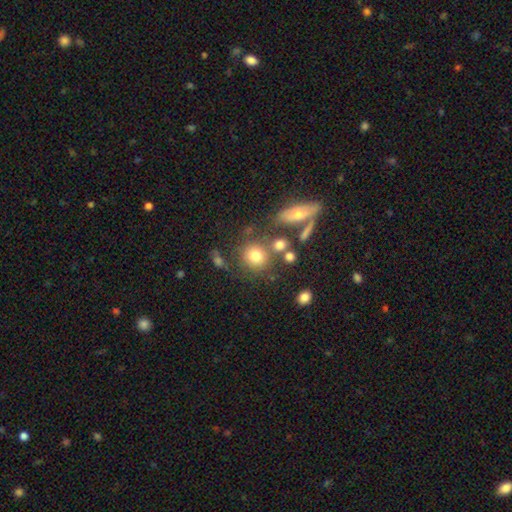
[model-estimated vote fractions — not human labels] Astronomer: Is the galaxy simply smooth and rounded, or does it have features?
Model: smooth — 74%.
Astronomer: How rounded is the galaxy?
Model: round — 83%.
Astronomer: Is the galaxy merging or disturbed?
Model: none — 63%.